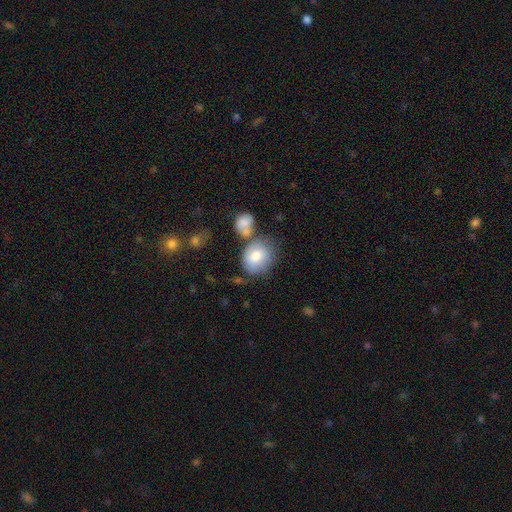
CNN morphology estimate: The model was most divided on "merging": none: 47%, merger: 24%, minor disturbance: 20%, major disturbance: 9%. More confident: smooth or featured — smooth (76%); how rounded — round (64%).